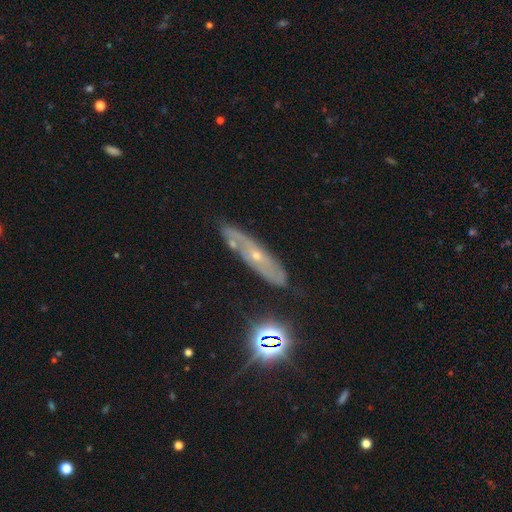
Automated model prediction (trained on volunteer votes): smooth-or-featured: featured or disk: 68% | smooth: 17% | star or artifact: 15%
  disk-edge-on: no: 62% | yes: 38%
  merging: none: 75% | minor disturbance: 18% | major disturbance: 4% | merger: 3%